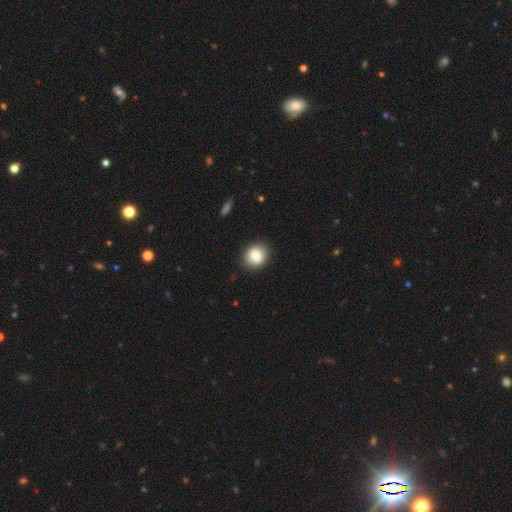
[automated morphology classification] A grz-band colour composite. It shows a smooth galaxy with no disk features (85%) that is round (71%). Merging: none (88%).